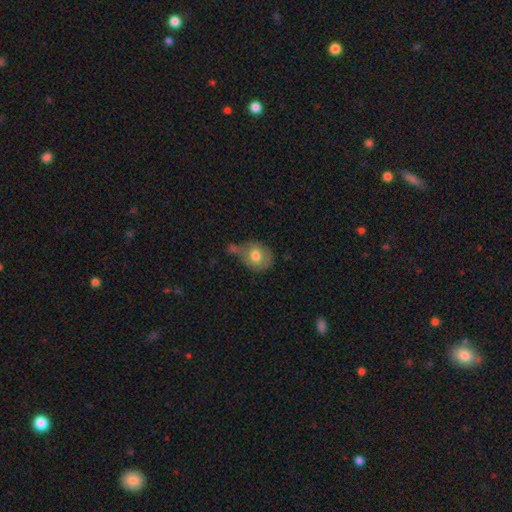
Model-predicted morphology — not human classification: Overall: smooth (72%). How rounded: round (61%; in between 38%). Merging: none (35%; minor disturbance 26%).